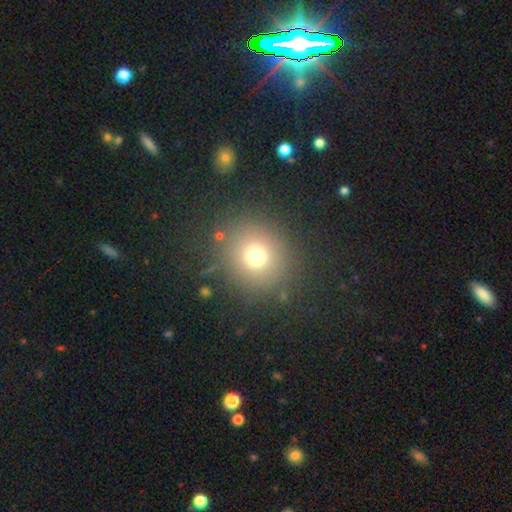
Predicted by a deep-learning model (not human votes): Smooth or featured? smooth (72%)
How rounded? round (88%)
Merging? none (85%)